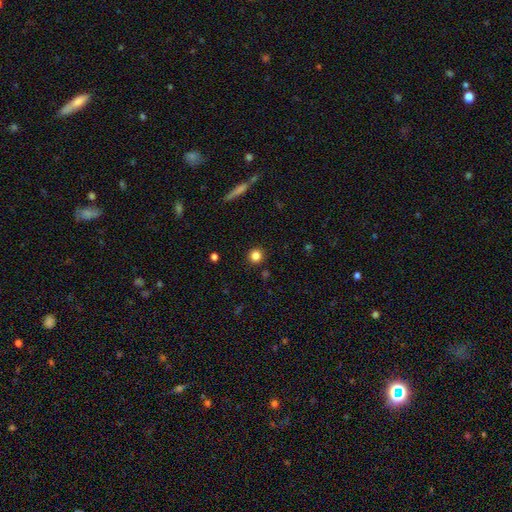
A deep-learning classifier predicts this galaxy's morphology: Smooth or featured: smooth — 83% (star or artifact — 12%)
How rounded: round — 92% (in between — 7%)
Merging: none — 90% (minor disturbance — 6%)